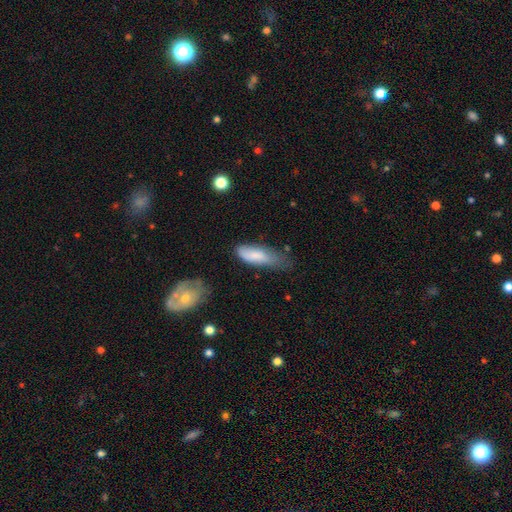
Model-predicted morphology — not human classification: type=smooth (78%); roundness=in between (66%); merging=minor disturbance (43%).